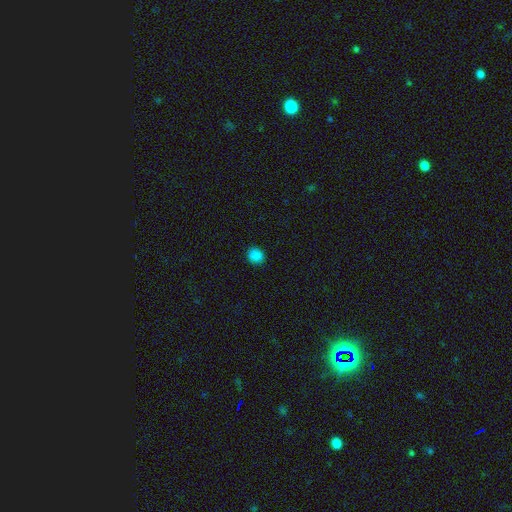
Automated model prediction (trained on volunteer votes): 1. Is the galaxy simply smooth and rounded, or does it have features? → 85% smooth, 12% star or artifact, 3% featured or disk.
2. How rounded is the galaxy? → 81% round, 18% in between, 1% cigar-shaped.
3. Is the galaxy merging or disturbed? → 90% none, 7% minor disturbance, 2% major disturbance, 1% merger.